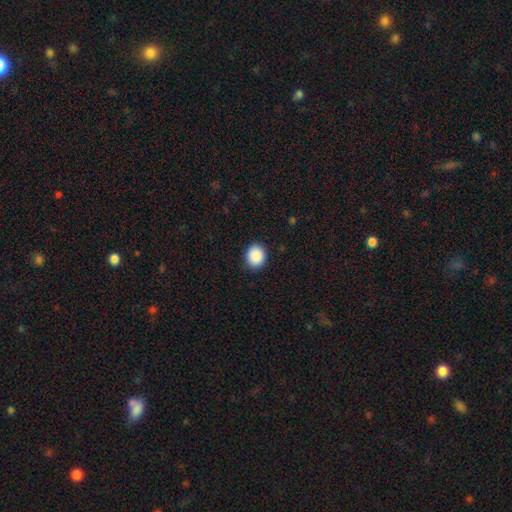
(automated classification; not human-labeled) Smooth or featured: smooth — 90% (star or artifact — 8%)
How rounded: round — 67% (in between — 32%)
Merging: none — 89% (minor disturbance — 8%)